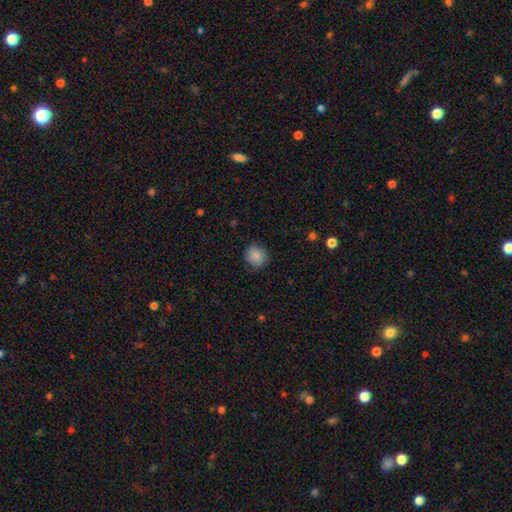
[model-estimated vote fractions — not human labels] Smooth or featured? Predicted: smooth (p=0.87). How rounded? Predicted: round (p=0.85). Merging? Predicted: none (p=0.83).